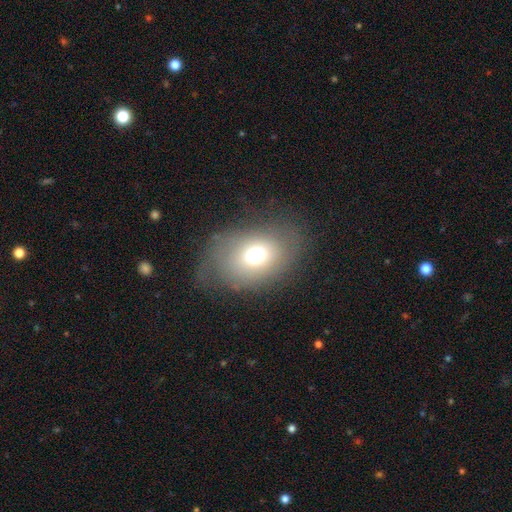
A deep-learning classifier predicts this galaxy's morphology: smooth_or_featured: smooth (p=0.63) [alt: featured or disk p=0.21]
how_rounded: in between (p=0.62) [alt: round p=0.37]
merging: none (p=0.68) [alt: minor disturbance p=0.17]